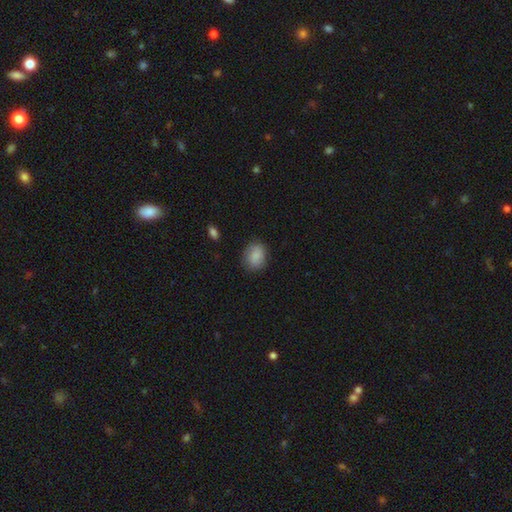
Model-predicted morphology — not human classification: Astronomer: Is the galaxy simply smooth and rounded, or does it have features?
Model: smooth — 88%.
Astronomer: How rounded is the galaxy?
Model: in between — 58% (runner-up: round, 41%).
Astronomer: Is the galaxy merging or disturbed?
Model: none — 82%.